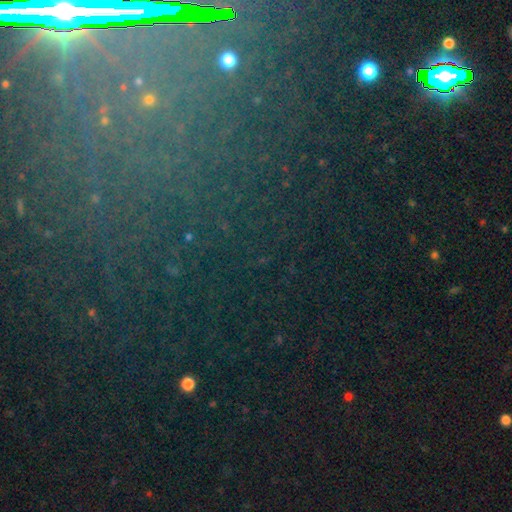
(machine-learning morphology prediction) Smooth or featured? star or artifact (75%)